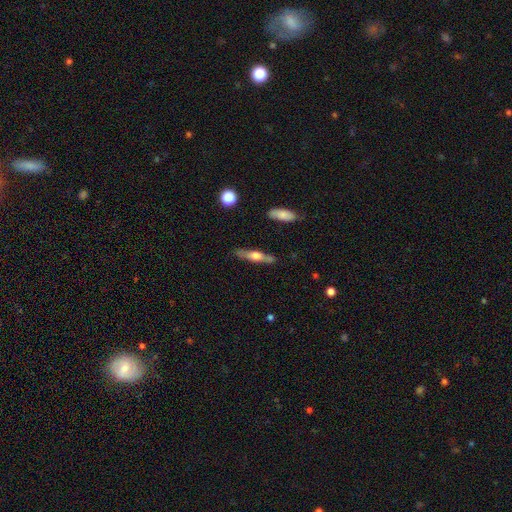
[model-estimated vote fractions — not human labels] smooth-or-featured: featured or disk: 56% | smooth: 38% | star or artifact: 6%
  disk-edge-on: yes: 91% | no: 9%
    edge-on-bulge: rounded: 86% | boxy: 9% | none: 5%
  merging: none: 80% | minor disturbance: 14% | merger: 4% | major disturbance: 3%